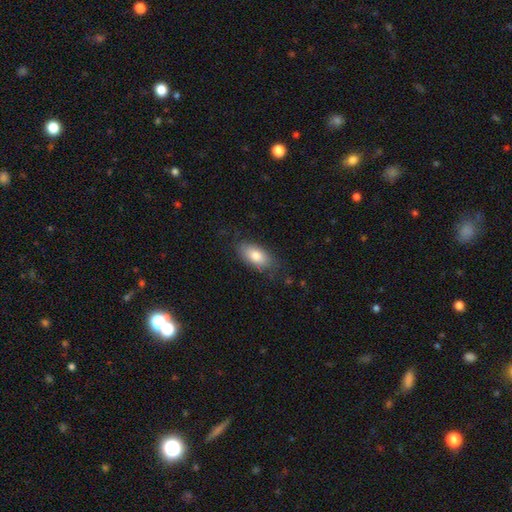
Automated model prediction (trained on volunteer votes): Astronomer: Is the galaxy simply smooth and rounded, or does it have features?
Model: smooth — 80%.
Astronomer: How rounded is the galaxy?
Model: in between — 91%.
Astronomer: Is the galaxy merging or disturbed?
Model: none — 76%.